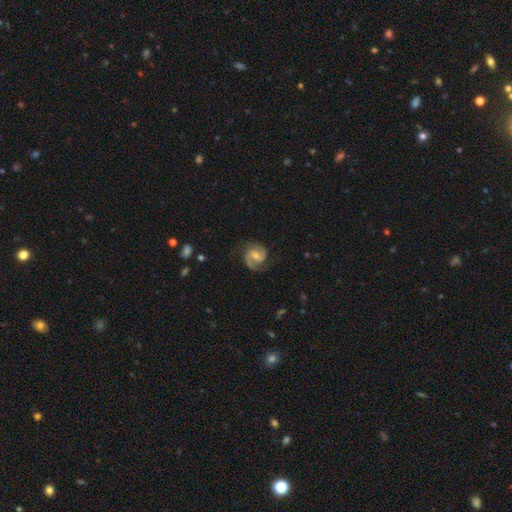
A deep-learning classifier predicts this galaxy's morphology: smooth-or-featured: featured or disk: 86% | smooth: 9% | star or artifact: 5%
  disk-edge-on: no: 98% | yes: 2%
    bar: weak: 51% | no: 34% | strong: 15%
    has-spiral-arms: yes: 97% | no: 3%
      spiral-winding: medium: 55% | tight: 24% | loose: 21%
      spiral-arm-count: 2: 88% | 1: 6% | can't tell: 3% | 3: 2% | 4: 1% | more than 4: 1%
    bulge-size: moderate: 48% | small: 45% | none: 4% | large: 2% | dominant: 1%
  merging: none: 77% | minor disturbance: 15% | major disturbance: 6% | merger: 1%